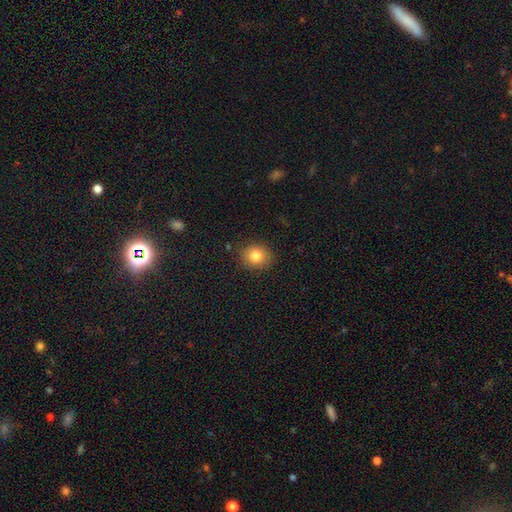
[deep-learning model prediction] Smooth or featured? Predicted: smooth (p=0.81). How rounded? Predicted: round (p=0.74). Merging? Predicted: none (p=0.88).